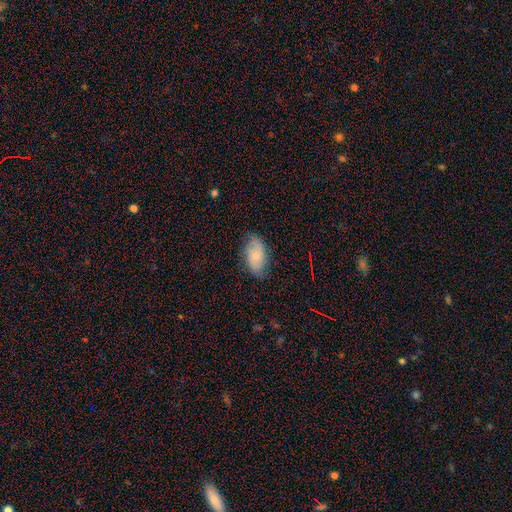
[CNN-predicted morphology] smooth 61%, featured or disk 31%, star or artifact 8%. Down the decision tree: how rounded — in between (93%); merging — none (70%).